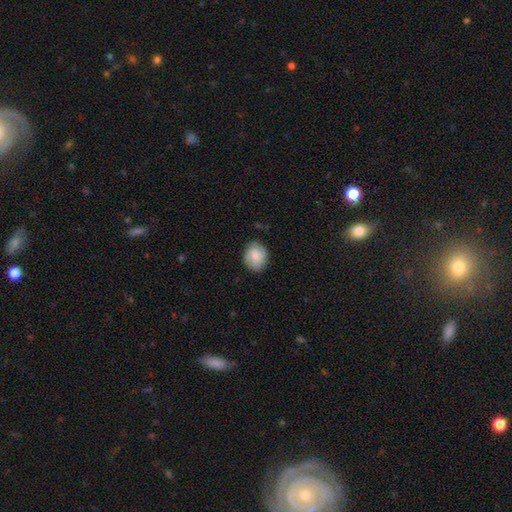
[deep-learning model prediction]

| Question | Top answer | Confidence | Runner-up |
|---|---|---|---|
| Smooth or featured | smooth | 83% | featured or disk (10%) |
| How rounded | round | 57% | in between (42%) |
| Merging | none | 82% | minor disturbance (14%) |